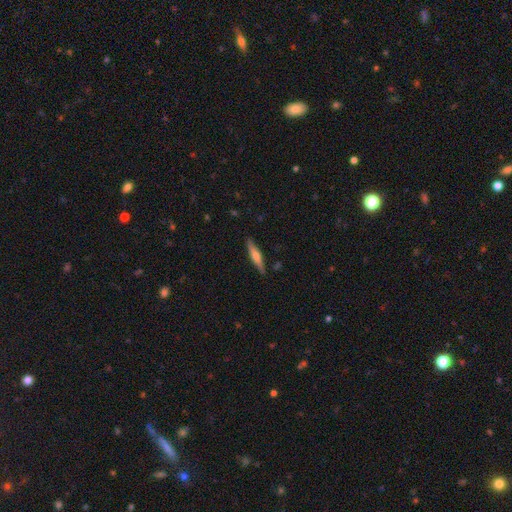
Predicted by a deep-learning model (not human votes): Smooth or featured: featured or disk — 54% (smooth — 40%)
Edge-on disk: yes — 96% (no — 4%)
Edge-on bulge: rounded — 84% (none — 8%)
Merging: none — 89% (minor disturbance — 8%)